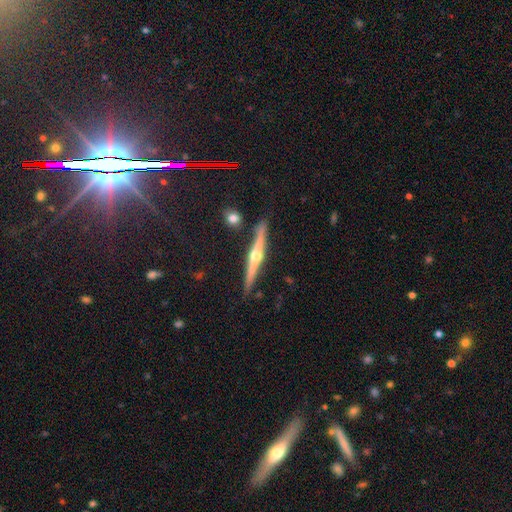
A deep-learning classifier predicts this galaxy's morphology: Overall: featured or disk (81%). Edge-on disk: yes (98%). Edge-on bulge: rounded (94%). Merging: none (89%).